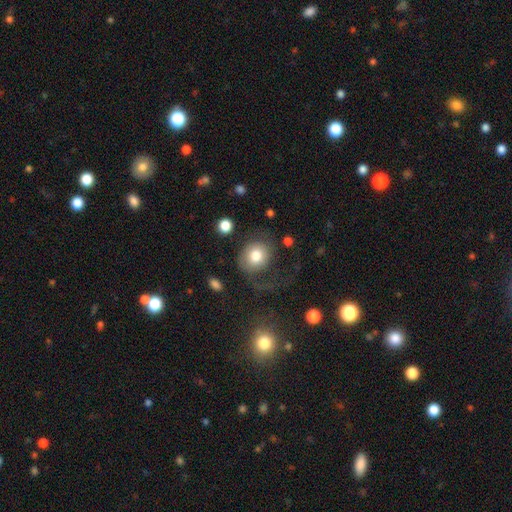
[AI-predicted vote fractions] smooth-or-featured: smooth: 71% | featured or disk: 20% | star or artifact: 8%
  how-rounded: round: 69% | in between: 30% | cigar-shaped: 1%
  merging: none: 48% | major disturbance: 31% | minor disturbance: 17% | merger: 3%